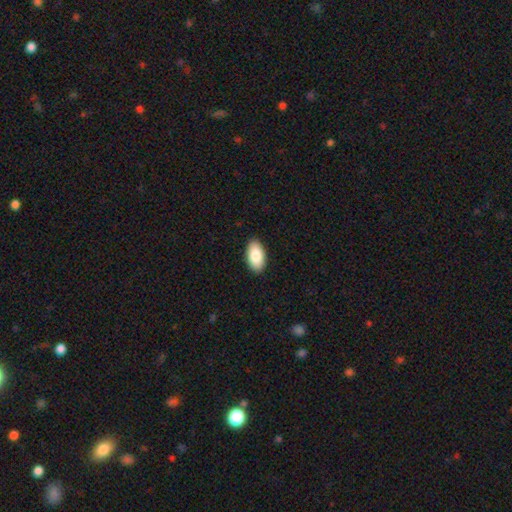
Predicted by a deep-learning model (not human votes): smooth_or_featured: smooth (p=0.86) [alt: featured or disk p=0.08]
how_rounded: in between (p=0.95) [alt: round p=0.03]
merging: none (p=0.90) [alt: minor disturbance p=0.07]